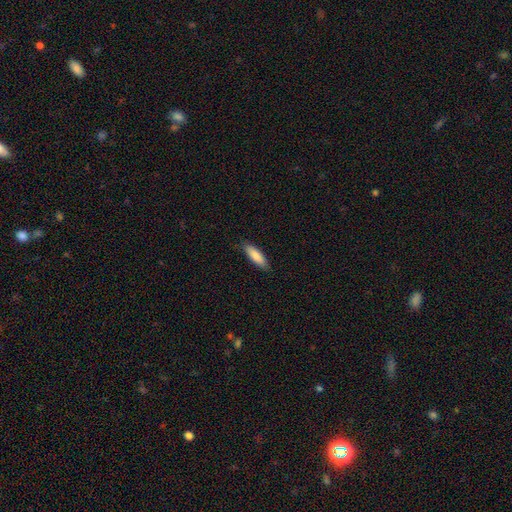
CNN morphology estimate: Smooth or featured: smooth — 85% (featured or disk — 9%)
How rounded: cigar-shaped — 56% (in between — 43%)
Merging: none — 85% (minor disturbance — 12%)